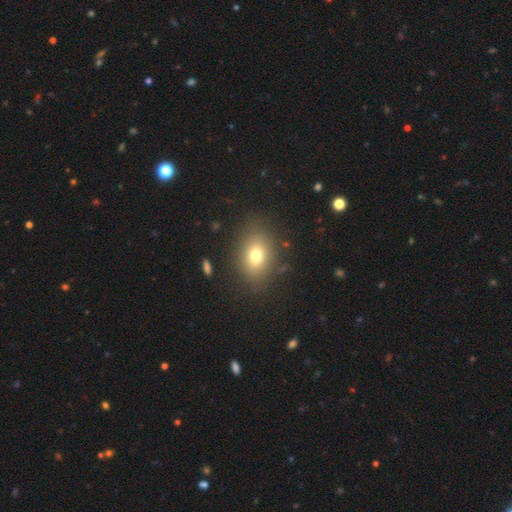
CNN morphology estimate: A smooth galaxy with no disk features (74%) that is in between round and cigar-shaped (66%).

Vote fractions:
- Smooth or featured? smooth: 74% / featured or disk: 13% / star or artifact: 13%
- How rounded? in between: 66% / round: 33% / cigar-shaped: 1%
- Merging? none: 83% / minor disturbance: 10% / major disturbance: 5% / merger: 2%